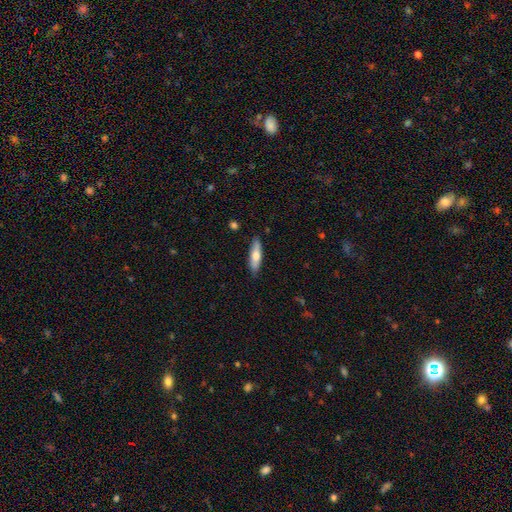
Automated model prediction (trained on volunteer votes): smooth_or_featured: smooth (p=0.66) [alt: featured or disk p=0.28]
how_rounded: cigar-shaped (p=0.64) [alt: in between p=0.34]
merging: none (p=0.86) [alt: minor disturbance p=0.11]